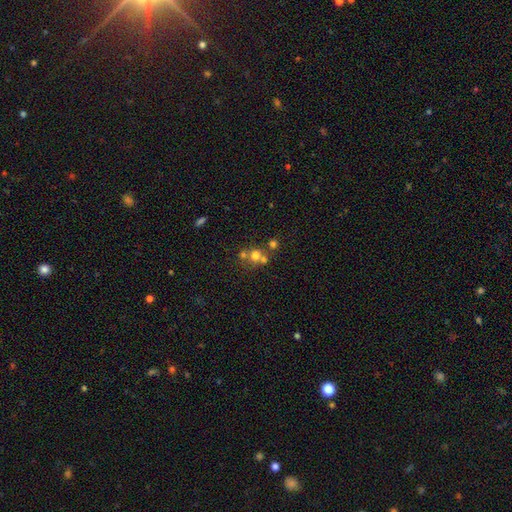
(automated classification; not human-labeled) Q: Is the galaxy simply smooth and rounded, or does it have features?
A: smooth — 63%.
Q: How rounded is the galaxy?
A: round — 81%.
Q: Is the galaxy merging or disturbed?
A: merger — 45%.